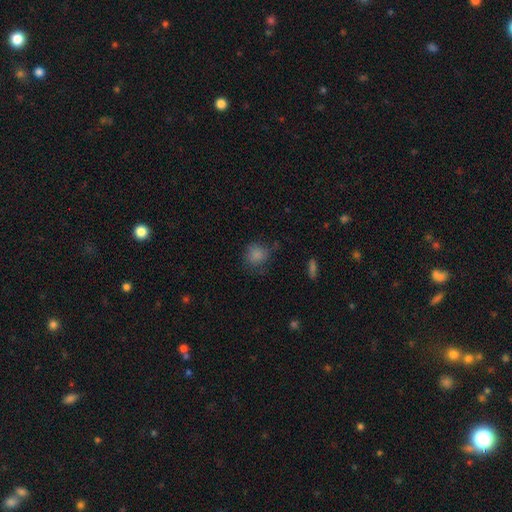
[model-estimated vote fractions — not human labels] Morphology: type=smooth (80%); roundness=round (82%); merging=none (70%).